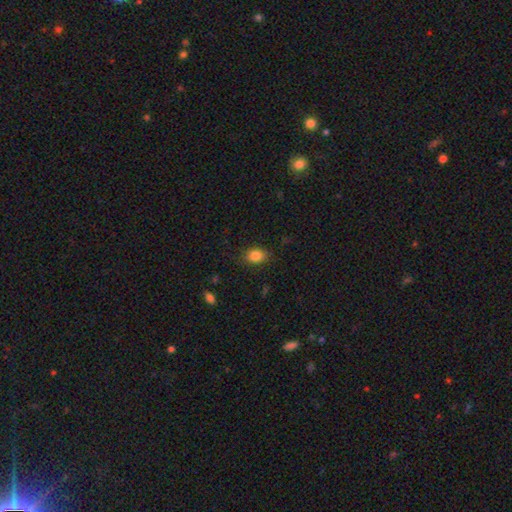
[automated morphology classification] smooth 84%, star or artifact 10%, featured or disk 6%. Down the decision tree: how rounded — in between (68%); merging — none (82%).